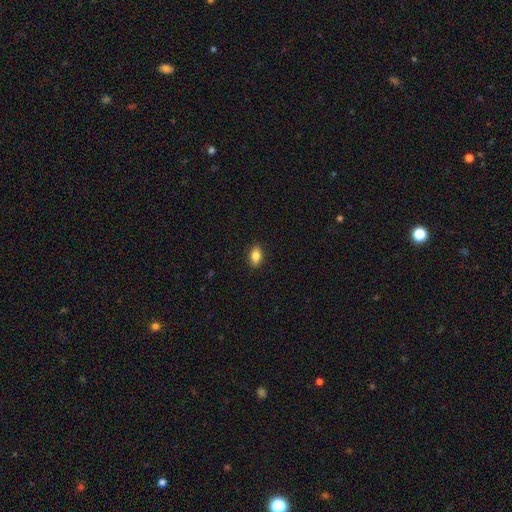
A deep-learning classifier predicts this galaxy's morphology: Smooth or featured?
  - smooth: 83% *
  - featured or disk: 9%
  - star or artifact: 8%
How rounded?
  - in between: 88% *
  - round: 9%
  - cigar-shaped: 4%
Merging?
  - none: 89% *
  - minor disturbance: 8%
  - major disturbance: 2%
  - merger: 1%